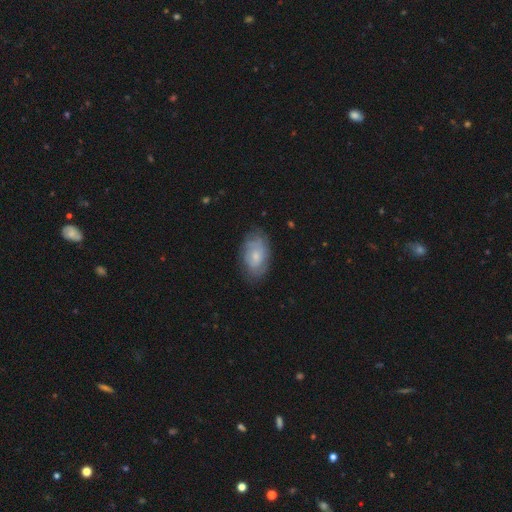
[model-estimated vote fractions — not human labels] smooth-or-featured: featured or disk: 51% | smooth: 42% | star or artifact: 7%
  disk-edge-on: no: 95% | yes: 5%
  merging: none: 72% | minor disturbance: 20% | major disturbance: 6% | merger: 1%